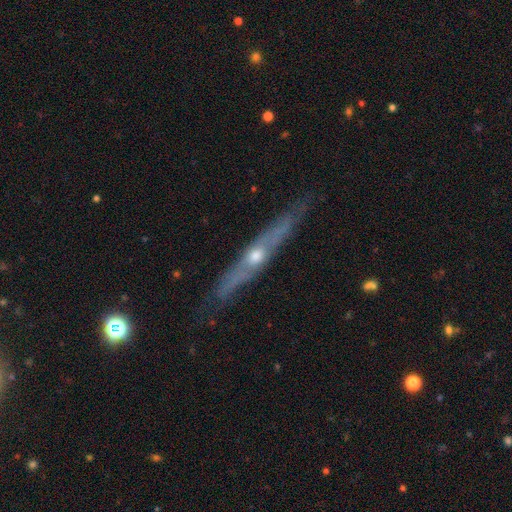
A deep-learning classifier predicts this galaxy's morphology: A featured or disk galaxy (75%) viewed edge-on (87%) with a rounded central bulge (82%). Merging: none (79%).